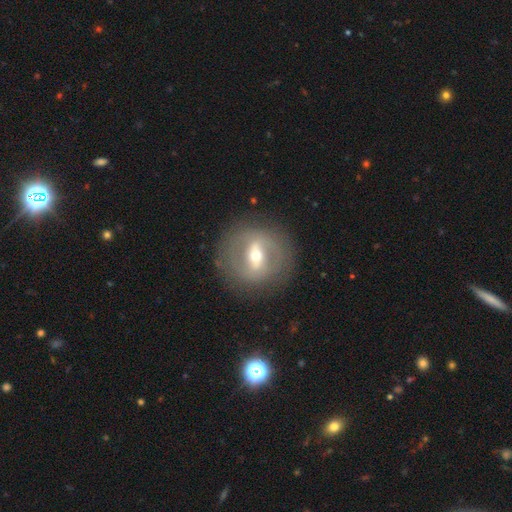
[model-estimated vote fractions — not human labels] Smooth or featured? Predicted: featured or disk (p=0.73). Edge-on disk? Predicted: no (p=0.90). Bar? Predicted: strong (p=0.56). Spiral arms? Predicted: no (p=0.53). Bulge size? Predicted: moderate (p=0.55). Merging? Predicted: none (p=0.83).